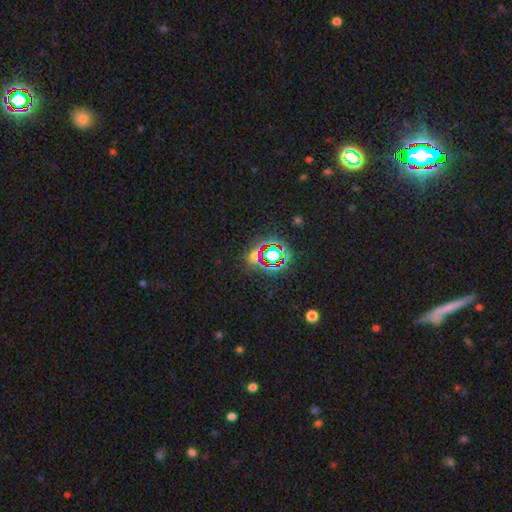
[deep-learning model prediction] Overall: star or artifact (64%; smooth 26%).